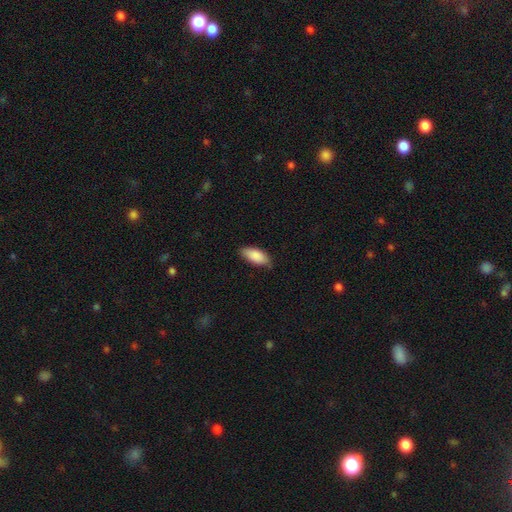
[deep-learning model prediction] Smooth or featured: smooth — 88% (featured or disk — 6%)
How rounded: in between — 88% (cigar-shaped — 10%)
Merging: none — 77% (minor disturbance — 19%)